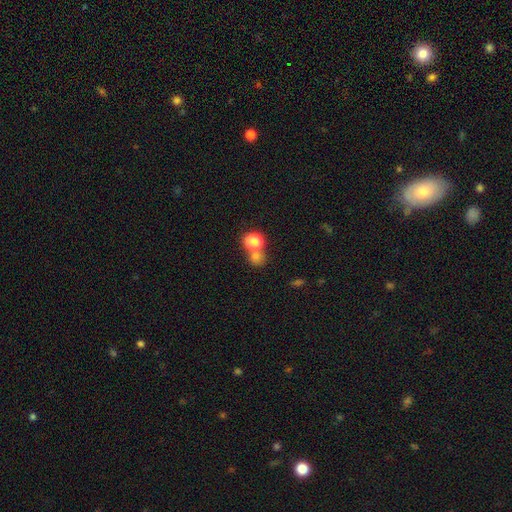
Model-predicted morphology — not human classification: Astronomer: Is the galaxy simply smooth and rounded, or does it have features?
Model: smooth — 76%.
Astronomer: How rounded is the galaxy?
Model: round — 78%.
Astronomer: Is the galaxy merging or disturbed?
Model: none — 47% (runner-up: merger, 42%).